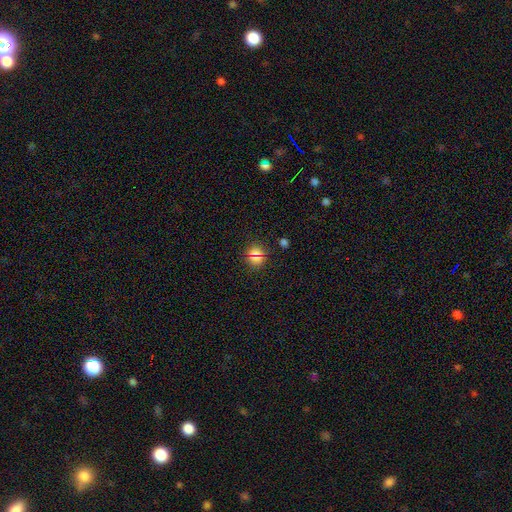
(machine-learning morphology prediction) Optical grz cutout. It shows a smooth galaxy with no disk features (64%) that is round (90%). Merging: none (87%).